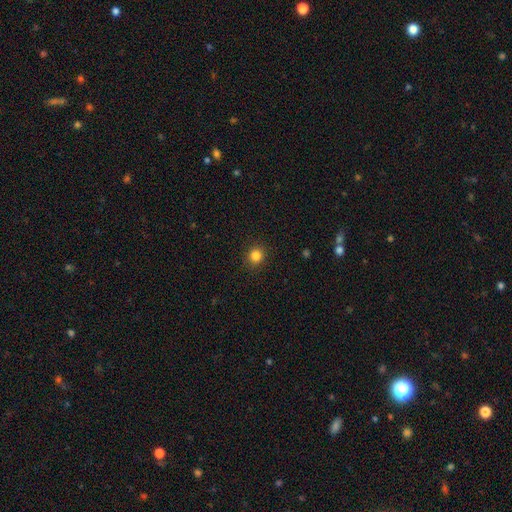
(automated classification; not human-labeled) Q: Smooth or featured?
A: smooth (84%); runner-up: star or artifact (12%)
Q: How rounded?
A: round (90%); runner-up: in between (9%)
Q: Merging?
A: none (91%); runner-up: minor disturbance (6%)